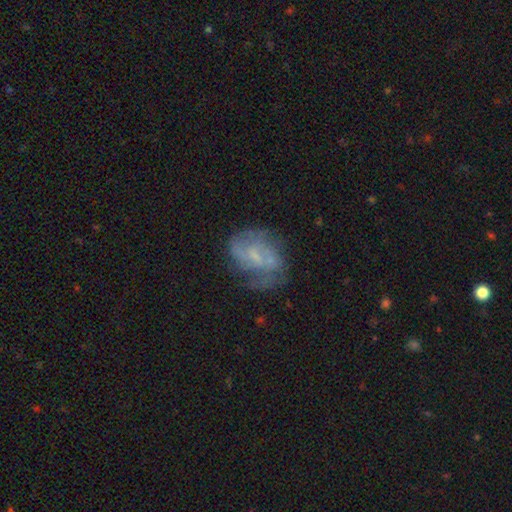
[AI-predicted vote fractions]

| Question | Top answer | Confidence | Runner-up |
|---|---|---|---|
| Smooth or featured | featured or disk | 65% | smooth (25%) |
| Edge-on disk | no | 97% | yes (3%) |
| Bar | no | 48% | weak (42%) |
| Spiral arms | yes | 73% | no (27%) |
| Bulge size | small | 46% | none (30%) |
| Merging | none | 54% | minor disturbance (24%) |